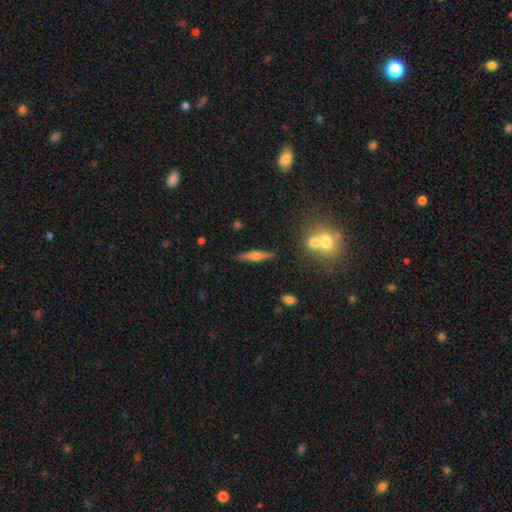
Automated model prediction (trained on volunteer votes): Smooth or featured?
  - featured or disk: 53% *
  - smooth: 39%
  - star or artifact: 8%
Edge-on disk?
  - yes: 95% *
  - no: 5%
Merging?
  - none: 85% *
  - minor disturbance: 9%
  - merger: 3%
  - major disturbance: 2%